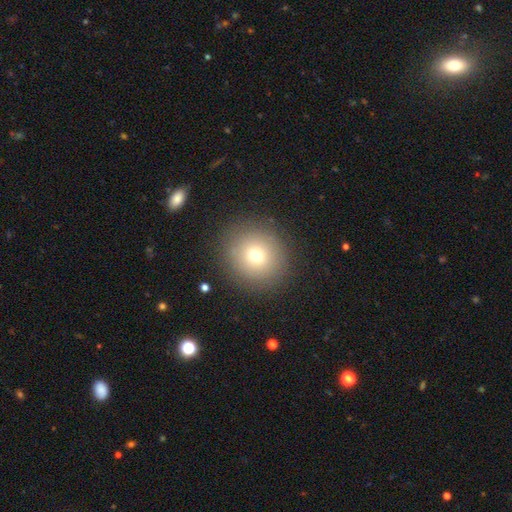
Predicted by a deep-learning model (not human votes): smooth-or-featured: smooth: 73% | star or artifact: 14% | featured or disk: 13%
  how-rounded: round: 90% | in between: 9% | cigar-shaped: 1%
  merging: none: 88% | minor disturbance: 7% | major disturbance: 3% | merger: 1%